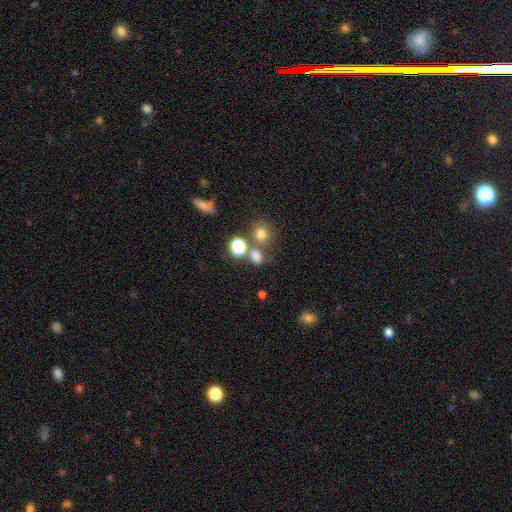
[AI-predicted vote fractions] Smooth or featured? smooth (72%)
How rounded? round (53%)
Merging? none (60%)